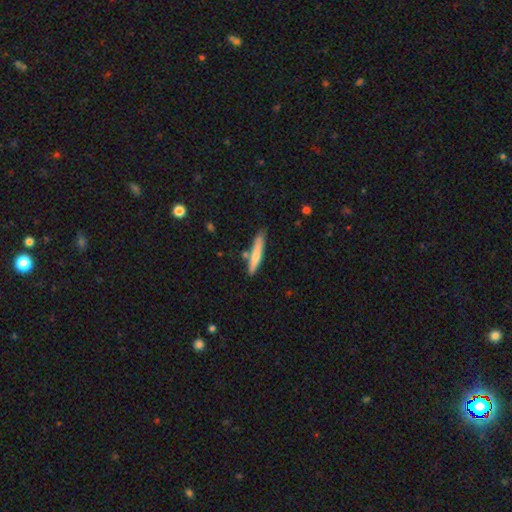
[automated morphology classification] This is likely a smooth galaxy (70%). How rounded: clearly cigar-shaped (91%). Merging: likely none (77%).